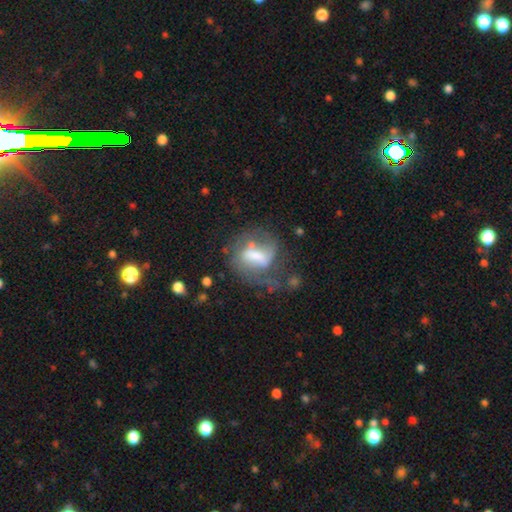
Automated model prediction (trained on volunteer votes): A featured or disk galaxy (58%) with a strong bar (41%), spiral arms (58%) and a moderate central bulge (33%). Merging: none (35%, tied with major disturbance).